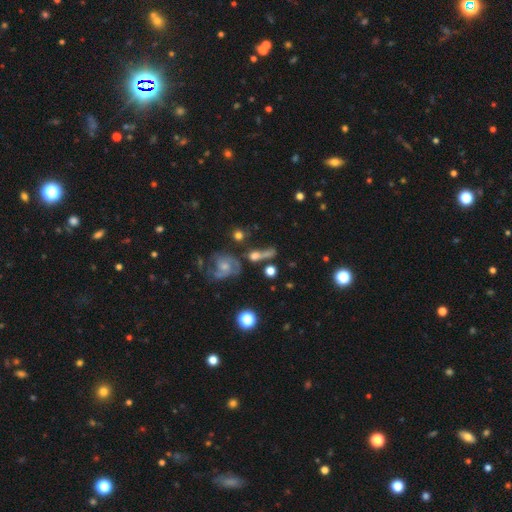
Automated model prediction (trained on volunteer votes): Overall: featured or disk (46%; smooth 34%). Merging: none (43%; merger 23%).